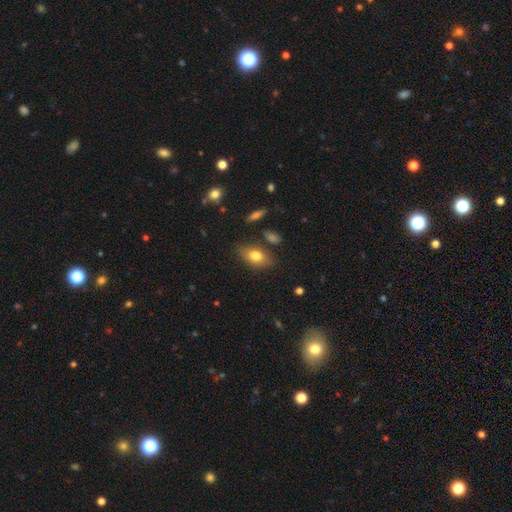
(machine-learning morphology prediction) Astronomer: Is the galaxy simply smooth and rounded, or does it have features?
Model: smooth — 77%.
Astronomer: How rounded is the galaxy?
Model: in between — 86%.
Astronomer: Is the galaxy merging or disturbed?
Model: none — 76%.